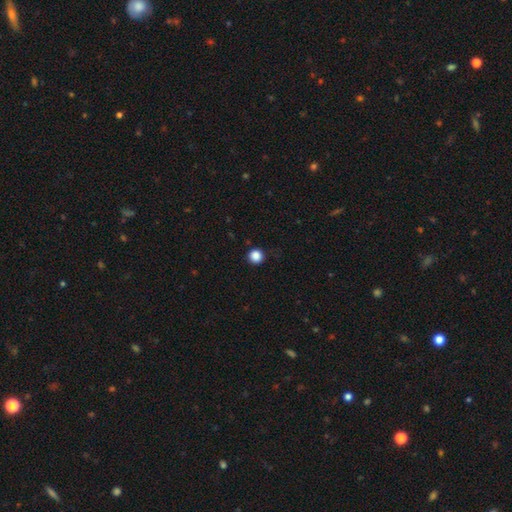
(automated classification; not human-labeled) This appears to be a smooth galaxy with no disk features (87%) that is round (95%). Merging: none (91%).